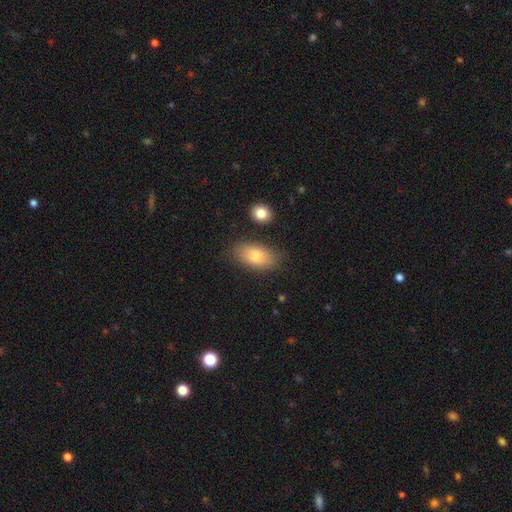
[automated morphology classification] Q: Smooth or featured?
A: smooth (80%); runner-up: featured or disk (13%)
Q: How rounded?
A: in between (91%); runner-up: round (5%)
Q: Merging?
A: none (80%); runner-up: minor disturbance (14%)